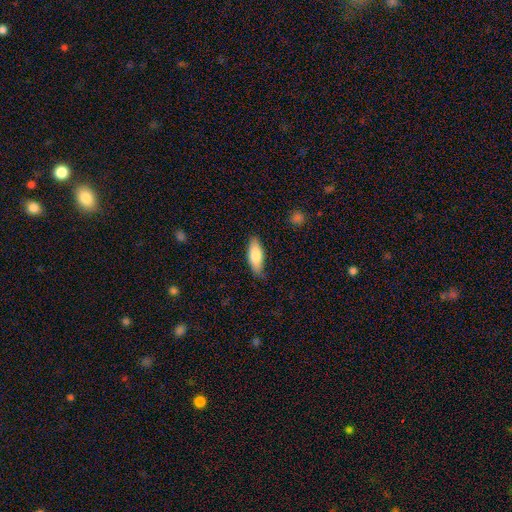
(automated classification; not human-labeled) Smooth or featured?
  - smooth: 78% *
  - featured or disk: 16%
  - star or artifact: 6%
How rounded?
  - in between: 70% *
  - cigar-shaped: 28%
  - round: 2%
Merging?
  - none: 80% *
  - minor disturbance: 16%
  - major disturbance: 3%
  - merger: 1%